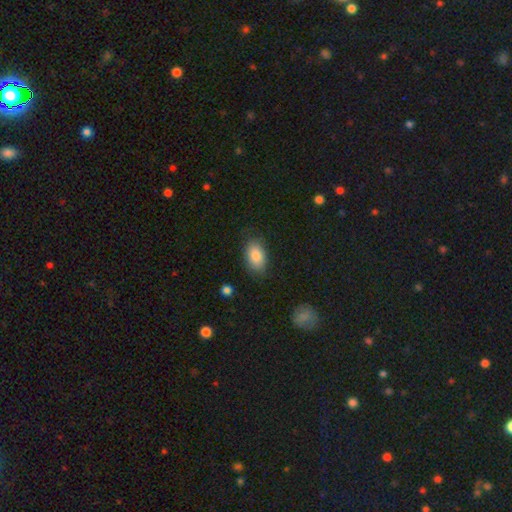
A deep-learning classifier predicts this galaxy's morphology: type=smooth (85%); roundness=in between (92%); merging=none (79%).